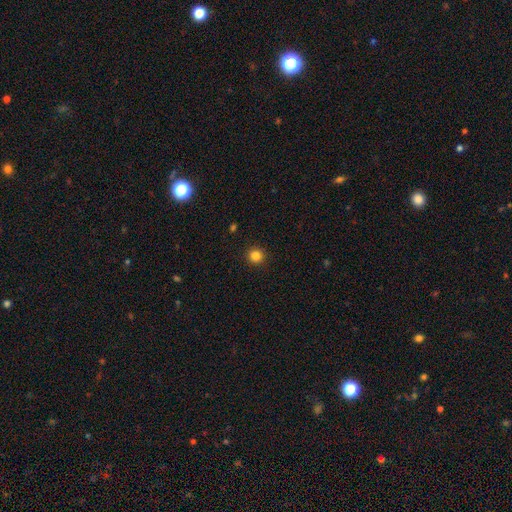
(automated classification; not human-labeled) Q: Smooth or featured?
A: smooth (83%); runner-up: star or artifact (12%)
Q: How rounded?
A: round (94%); runner-up: in between (5%)
Q: Merging?
A: none (93%); runner-up: minor disturbance (4%)